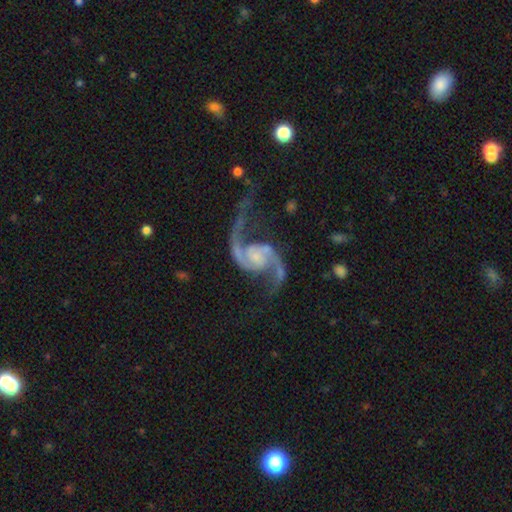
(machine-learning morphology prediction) smooth-or-featured: featured or disk: 94% | star or artifact: 4% | smooth: 2%
  disk-edge-on: no: 98% | yes: 2%
    bar: no: 57% | weak: 32% | strong: 11%
    has-spiral-arms: yes: 98% | no: 2%
      spiral-winding: loose: 60% | medium: 34% | tight: 6%
      spiral-arm-count: 2: 95% | 1: 1% | can't tell: 1% | 3: 1% | 4: 1% | more than 4: 1%
    bulge-size: small: 55% | moderate: 21% | none: 19% | large: 4% | dominant: 2%
  merging: none: 68% | minor disturbance: 15% | major disturbance: 13% | merger: 3%